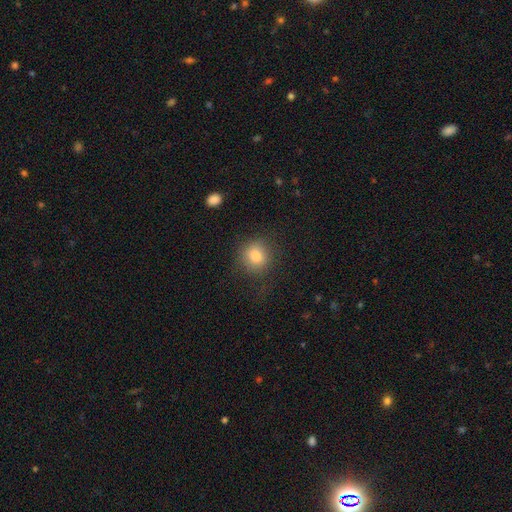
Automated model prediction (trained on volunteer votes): Smooth or featured: smooth — 82% (star or artifact — 11%)
How rounded: round — 83% (in between — 16%)
Merging: none — 80% (minor disturbance — 13%)